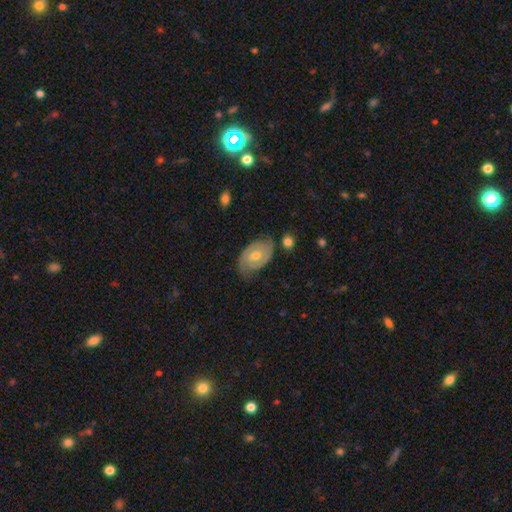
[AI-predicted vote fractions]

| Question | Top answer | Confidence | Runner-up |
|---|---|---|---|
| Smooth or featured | featured or disk | 73% | smooth (21%) |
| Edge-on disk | no | 96% | yes (4%) |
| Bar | no | 63% | weak (31%) |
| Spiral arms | yes | 84% | no (16%) |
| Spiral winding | tight | 60% | medium (30%) |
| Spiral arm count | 2 | 70% | can't tell (17%) |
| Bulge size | moderate | 74% | small (20%) |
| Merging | none | 68% | minor disturbance (22%) |